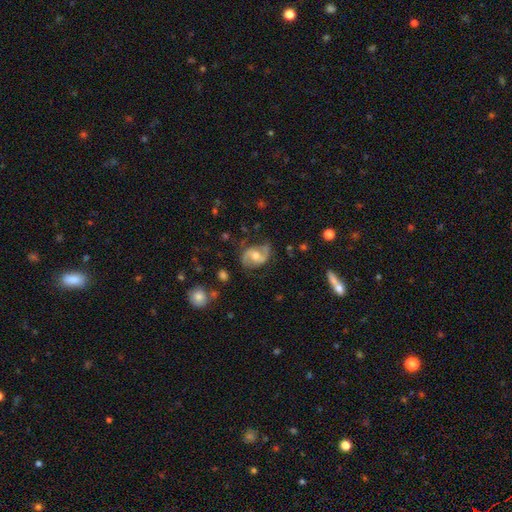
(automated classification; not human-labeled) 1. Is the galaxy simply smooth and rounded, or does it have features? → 77% featured or disk, 17% smooth, 7% star or artifact.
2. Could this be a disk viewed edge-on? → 97% no, 3% yes.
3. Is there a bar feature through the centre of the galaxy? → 45% no, 42% weak, 13% strong.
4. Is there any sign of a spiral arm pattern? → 92% yes, 8% no.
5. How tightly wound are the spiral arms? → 47% medium, 37% loose, 16% tight.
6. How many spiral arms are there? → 89% 2, 5% can't tell, 3% 1, 1% 3, 1% 4, 1% more than 4.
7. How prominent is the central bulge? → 67% moderate, 17% small, 11% large, 3% none, 1% dominant.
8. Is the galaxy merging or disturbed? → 70% none, 20% minor disturbance, 8% major disturbance, 2% merger.